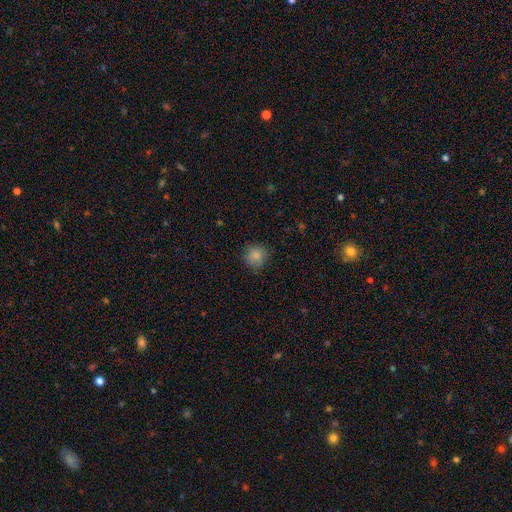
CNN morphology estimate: The model was most divided on "merging": none: 83%, minor disturbance: 13%, major disturbance: 3%, merger: 1%. More confident: how rounded — round (89%); smooth or featured — smooth (85%).